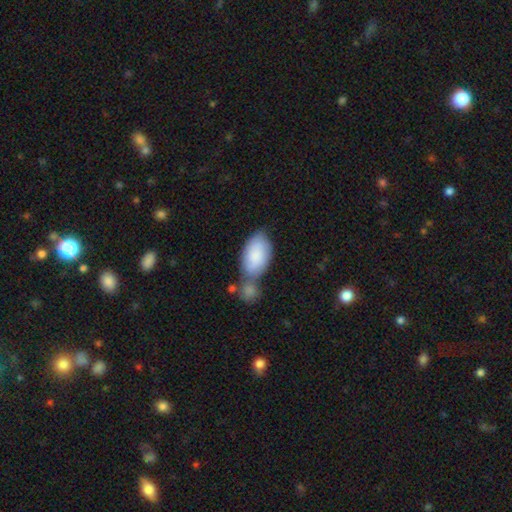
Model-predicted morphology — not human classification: Smooth or featured?
  - smooth: 81% *
  - featured or disk: 14%
  - star or artifact: 6%
How rounded?
  - in between: 94% *
  - round: 4%
  - cigar-shaped: 2%
Merging?
  - merger: 43% *
  - none: 32%
  - minor disturbance: 18%
  - major disturbance: 7%